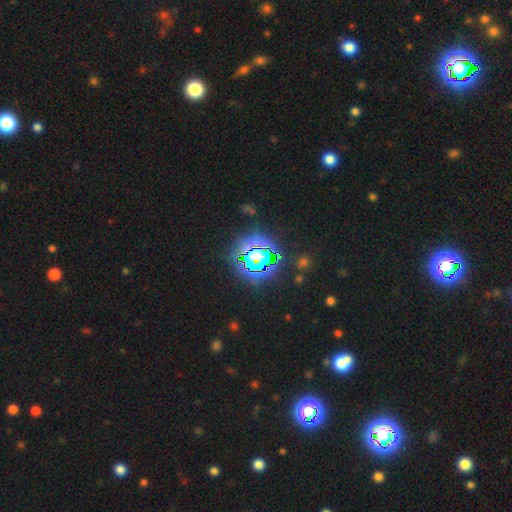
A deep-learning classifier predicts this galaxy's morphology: This is likely a star or artifact rather than a galaxy (74%).